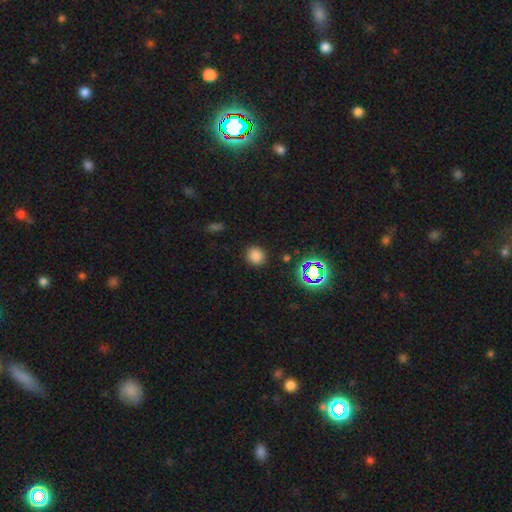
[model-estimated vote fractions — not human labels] The model was most divided on "smooth or featured": smooth: 77%, star or artifact: 18%, featured or disk: 5%. More confident: merging — none (88%); how rounded — round (85%).